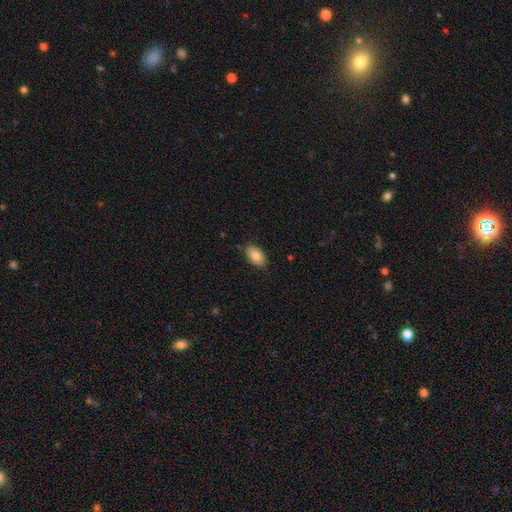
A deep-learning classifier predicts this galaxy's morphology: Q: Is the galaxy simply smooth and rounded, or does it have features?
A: smooth — 80%.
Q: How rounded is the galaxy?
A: in between — 91%.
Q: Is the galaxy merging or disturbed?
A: none — 83%.